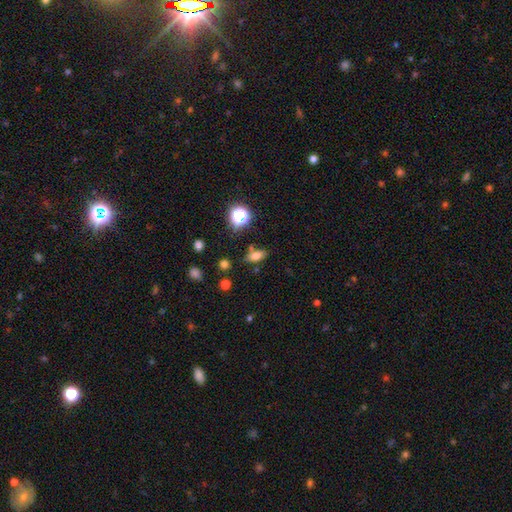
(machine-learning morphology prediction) Overall: smooth (66%). How rounded: in between (74%). Merging: none (74%).